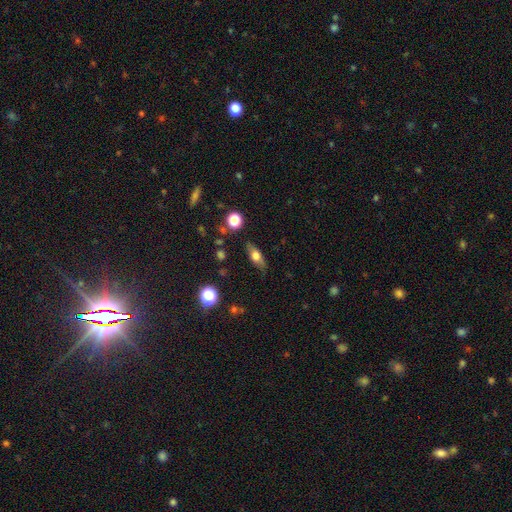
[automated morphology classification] The model was most divided on "smooth or featured": smooth: 61%, featured or disk: 30%, star or artifact: 9%. More confident: merging — none (80%); how rounded — in between (67%).